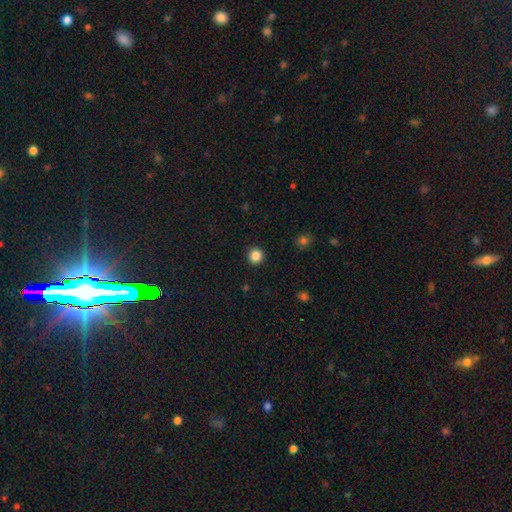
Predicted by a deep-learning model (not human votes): A smooth galaxy with no disk features (86%) that is round (95%). Merging: none (93%).